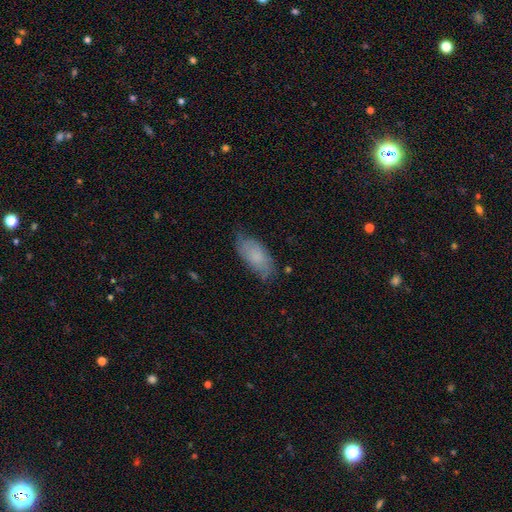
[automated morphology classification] Smooth or featured?
  - smooth: 62% *
  - featured or disk: 30%
  - star or artifact: 8%
How rounded?
  - in between: 89% *
  - cigar-shaped: 9%
  - round: 3%
Merging?
  - none: 66% *
  - minor disturbance: 26%
  - major disturbance: 7%
  - merger: 1%